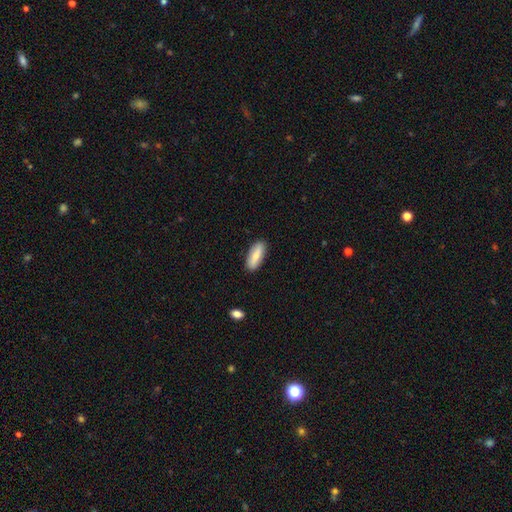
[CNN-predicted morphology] Smooth or featured? smooth (72%)
How rounded? in between (73%)
Merging? none (88%)